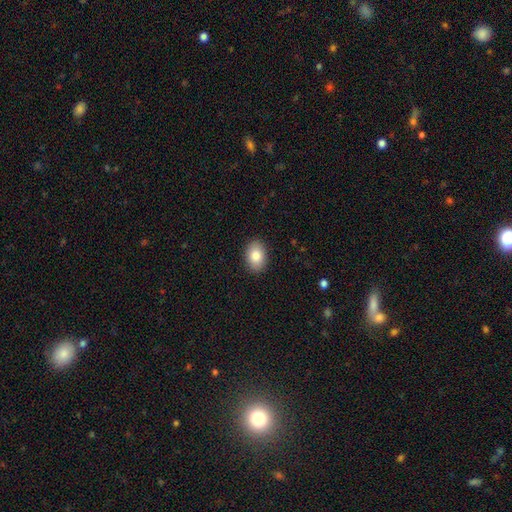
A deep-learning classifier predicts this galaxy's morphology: smooth_or_featured: smooth (p=0.84) [alt: featured or disk p=0.08]
how_rounded: in between (p=0.82) [alt: round p=0.17]
merging: none (p=0.90) [alt: minor disturbance p=0.08]